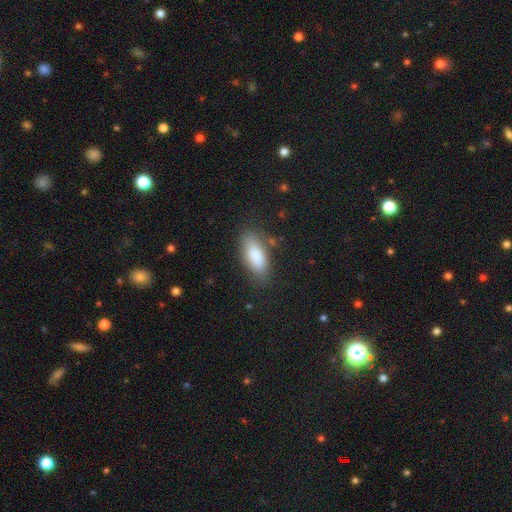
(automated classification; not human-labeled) Smooth or featured? smooth (83%)
How rounded? in between (83%)
Merging? none (78%)